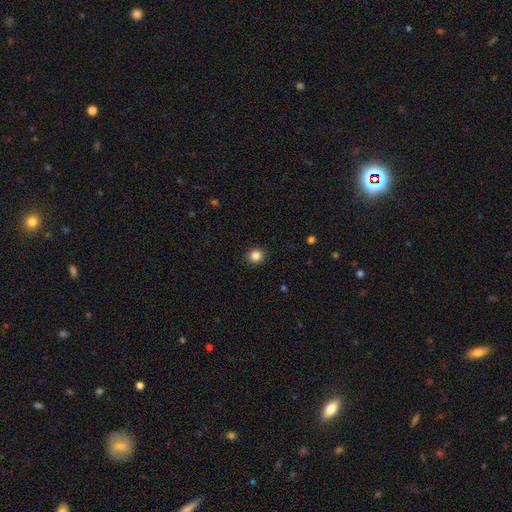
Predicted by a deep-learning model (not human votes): Smooth or featured?
  - smooth: 85% *
  - star or artifact: 11%
  - featured or disk: 4%
How rounded?
  - round: 88% *
  - in between: 11%
  - cigar-shaped: 1%
Merging?
  - none: 92% *
  - minor disturbance: 6%
  - major disturbance: 2%
  - merger: 1%